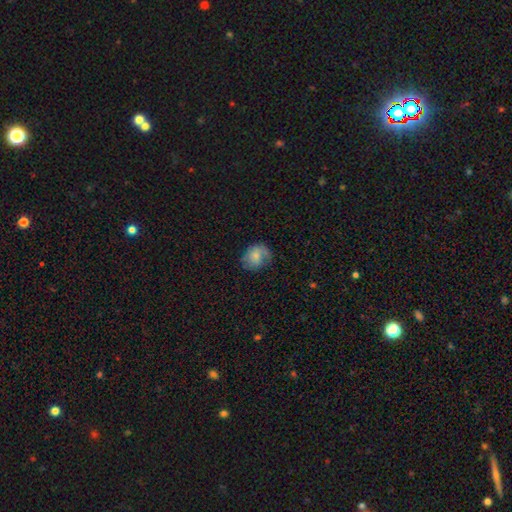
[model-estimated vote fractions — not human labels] Smooth or featured?
  - smooth: 64% *
  - featured or disk: 28%
  - star or artifact: 8%
How rounded?
  - round: 60% *
  - in between: 39%
  - cigar-shaped: 1%
Merging?
  - none: 56% *
  - minor disturbance: 27%
  - major disturbance: 15%
  - merger: 1%